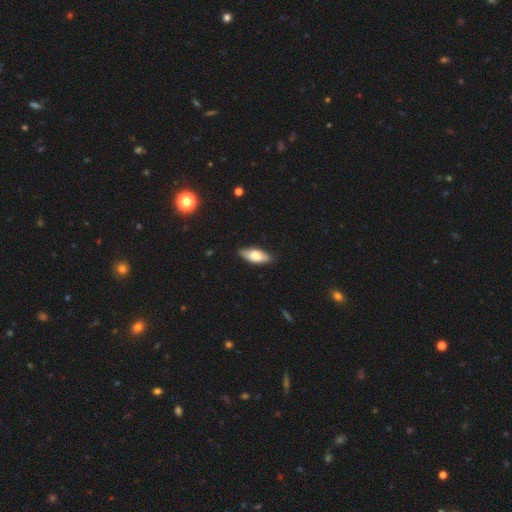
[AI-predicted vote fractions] This appears to be a smooth galaxy with no disk features (69%) that is in between round and cigar-shaped (82%). Merging: none (84%).